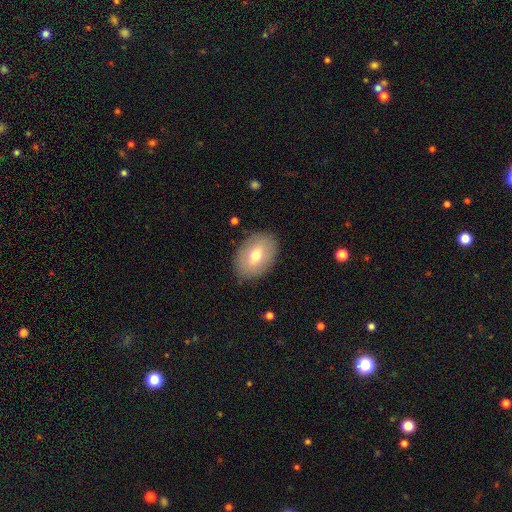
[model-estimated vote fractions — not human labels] Smooth or featured? smooth (65%)
How rounded? in between (82%)
Merging? none (85%)